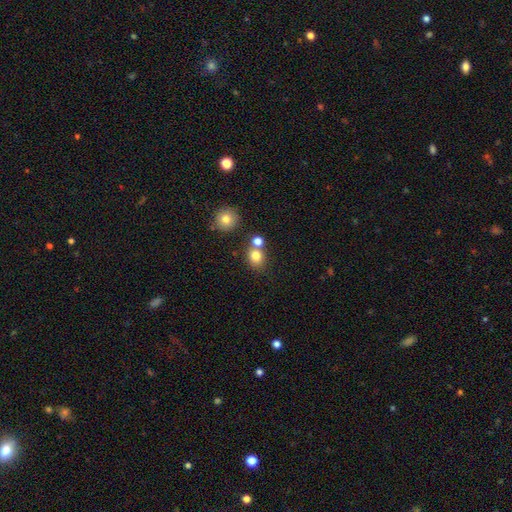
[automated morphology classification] Smooth or featured: smooth — 80% (star or artifact — 12%)
How rounded: round — 66% (in between — 33%)
Merging: none — 58% (merger — 28%)